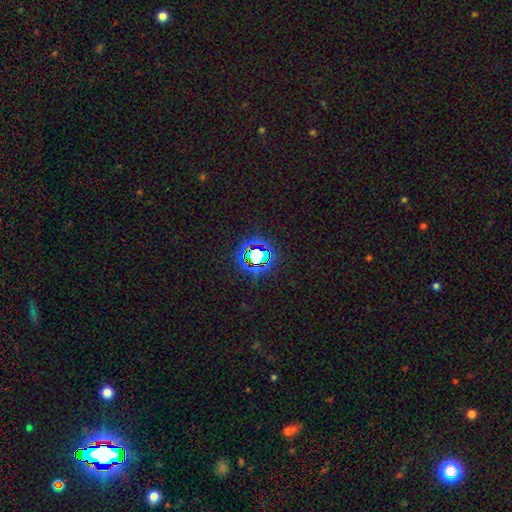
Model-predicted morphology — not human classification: Smooth or featured: star or artifact — 72% (smooth — 17%)